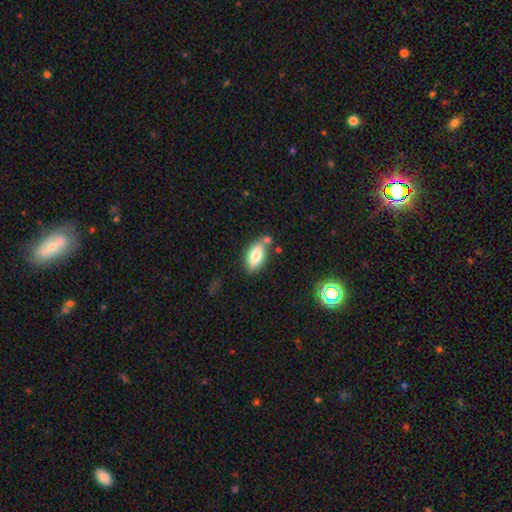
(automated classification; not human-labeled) Smooth or featured?
  - smooth: 75% *
  - featured or disk: 17%
  - star or artifact: 8%
How rounded?
  - in between: 86% *
  - cigar-shaped: 11%
  - round: 3%
Merging?
  - none: 68% *
  - minor disturbance: 15%
  - merger: 13%
  - major disturbance: 4%